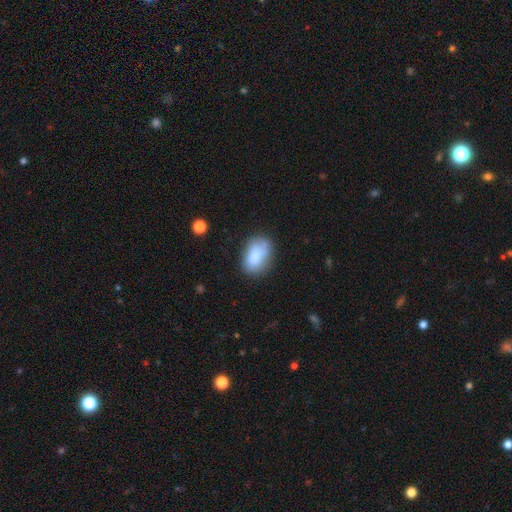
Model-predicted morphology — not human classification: smooth 79%, featured or disk 13%, star or artifact 8%. Down the decision tree: how rounded — in between (86%); merging — none (63%).